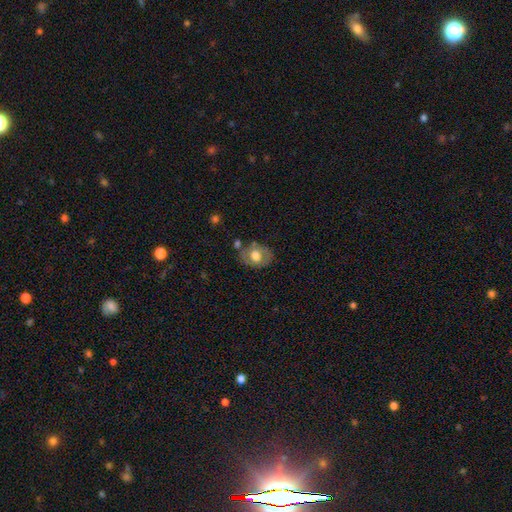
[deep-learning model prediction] Smooth or featured: smooth — 54% (featured or disk — 38%)
How rounded: in between — 58% (round — 41%)
Merging: none — 67% (minor disturbance — 19%)